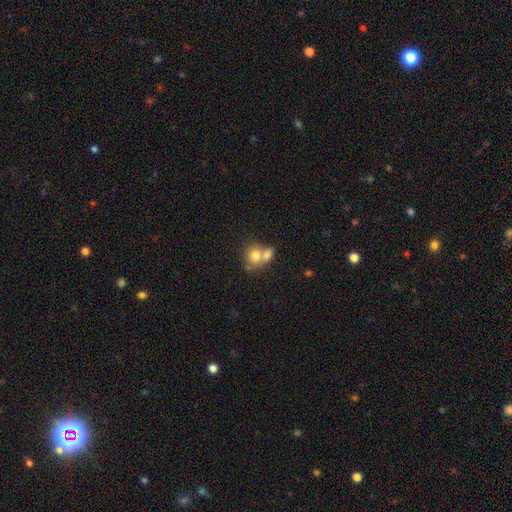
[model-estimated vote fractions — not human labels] smooth 74%, featured or disk 17%, star or artifact 9%. Down the decision tree: how rounded — round (70%); merging — merger (63%).